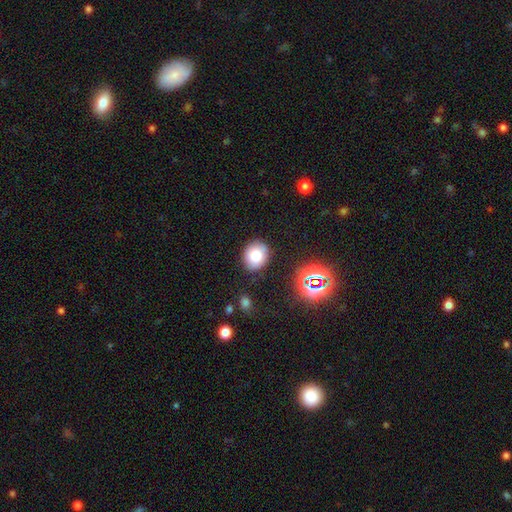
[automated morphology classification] Smooth or featured: smooth — 76% (star or artifact — 13%)
How rounded: round — 65% (in between — 34%)
Merging: none — 84% (minor disturbance — 11%)